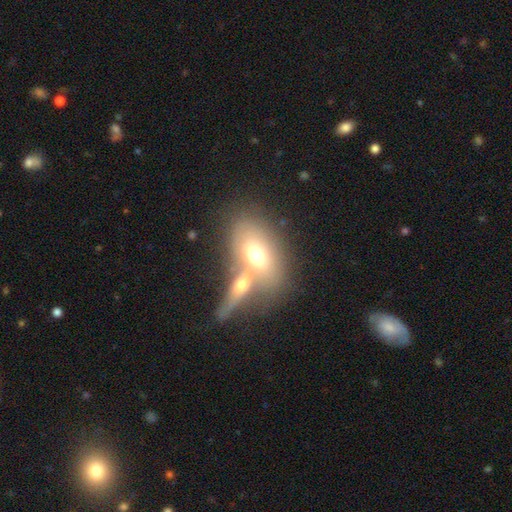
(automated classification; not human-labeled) Smooth or featured?
  - smooth: 59% *
  - featured or disk: 33%
  - star or artifact: 8%
How rounded?
  - in between: 82% *
  - round: 11%
  - cigar-shaped: 7%
Merging?
  - merger: 54% *
  - none: 32%
  - minor disturbance: 9%
  - major disturbance: 5%